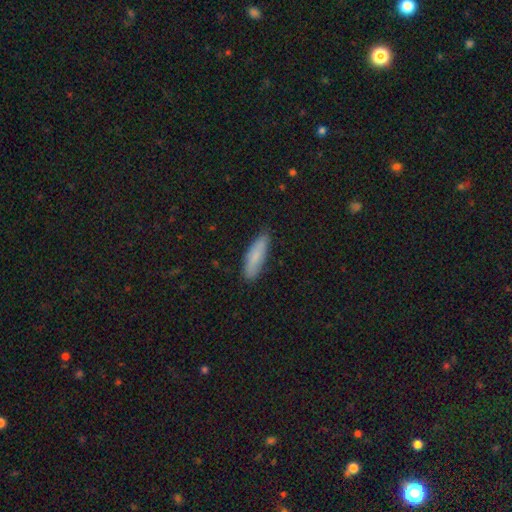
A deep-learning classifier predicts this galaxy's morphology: The model was most divided on "how rounded": cigar-shaped: 59%, in between: 40%, round: 2%. More confident: merging — none (82%); smooth or featured — smooth (81%).